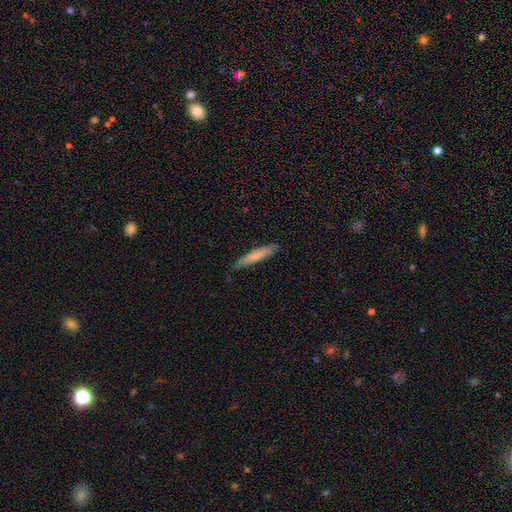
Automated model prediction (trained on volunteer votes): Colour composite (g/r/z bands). It shows a smooth galaxy with no disk features (71%) that is cigar-shaped (93%). Merging: none (84%).